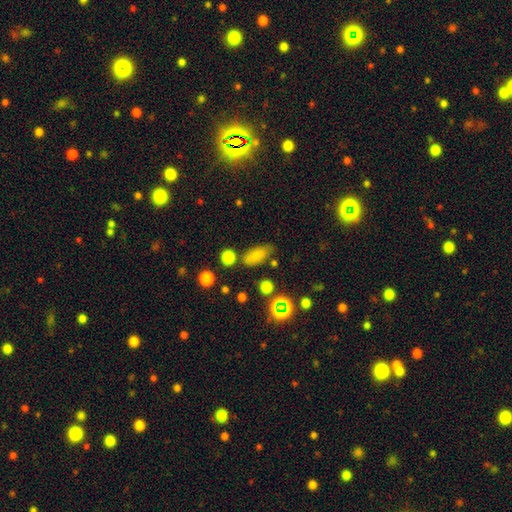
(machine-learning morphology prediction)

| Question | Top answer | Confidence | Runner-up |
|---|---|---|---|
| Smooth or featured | smooth | 76% | star or artifact (13%) |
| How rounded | in between | 81% | cigar-shaped (13%) |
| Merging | none | 69% | minor disturbance (19%) |